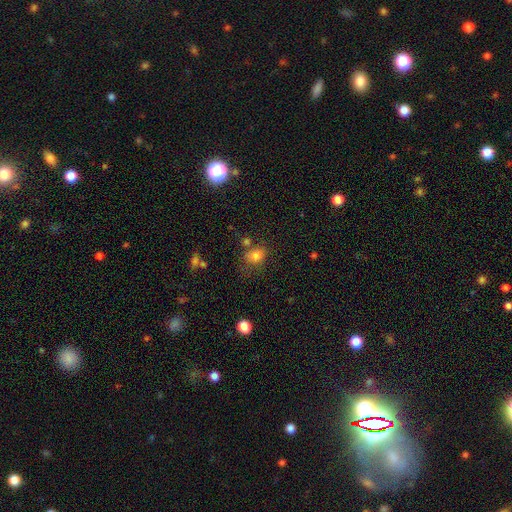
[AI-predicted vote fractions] Smooth or featured: smooth — 79% (star or artifact — 13%)
How rounded: in between — 54% (round — 45%)
Merging: none — 60% (minor disturbance — 21%)